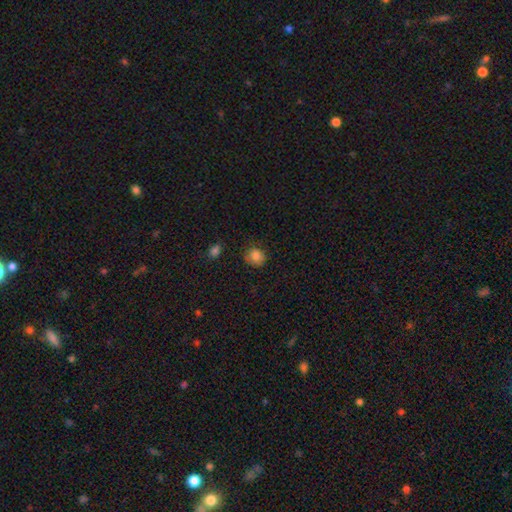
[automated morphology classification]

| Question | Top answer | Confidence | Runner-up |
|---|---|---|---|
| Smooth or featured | smooth | 83% | star or artifact (10%) |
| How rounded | round | 76% | in between (23%) |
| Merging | none | 72% | minor disturbance (22%) |